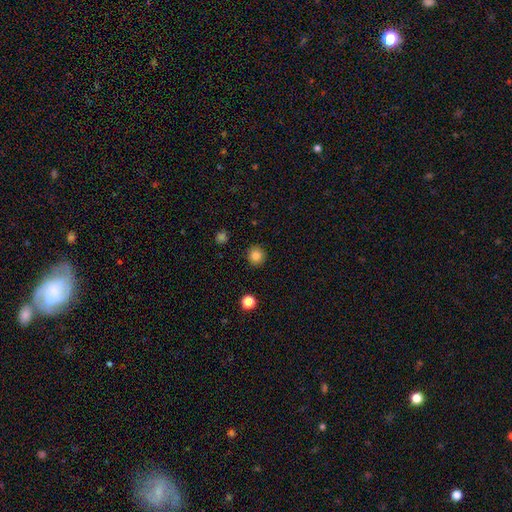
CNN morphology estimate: Overall: smooth (83%). How rounded: round (93%). Merging: none (92%).